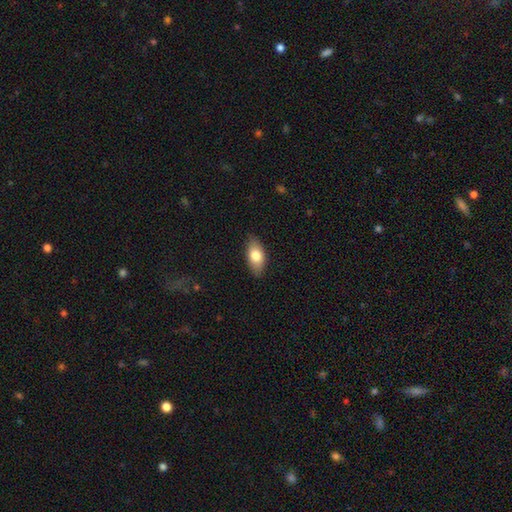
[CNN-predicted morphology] A smooth galaxy with no disk features (77%) that is in between round and cigar-shaped (90%). Merging: none (86%).